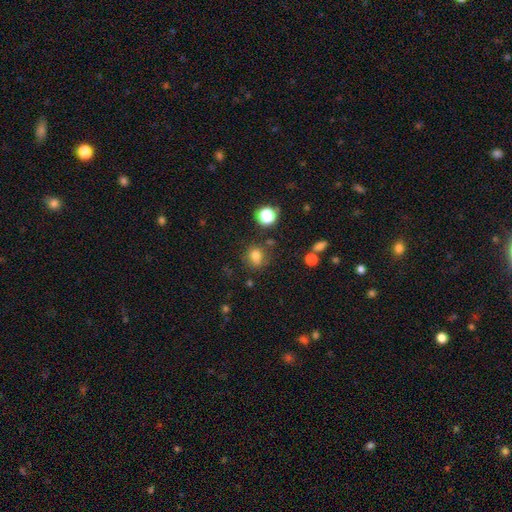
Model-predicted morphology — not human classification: Smooth or featured: smooth — 77% (star or artifact — 16%)
How rounded: round — 72% (in between — 27%)
Merging: none — 72% (minor disturbance — 16%)